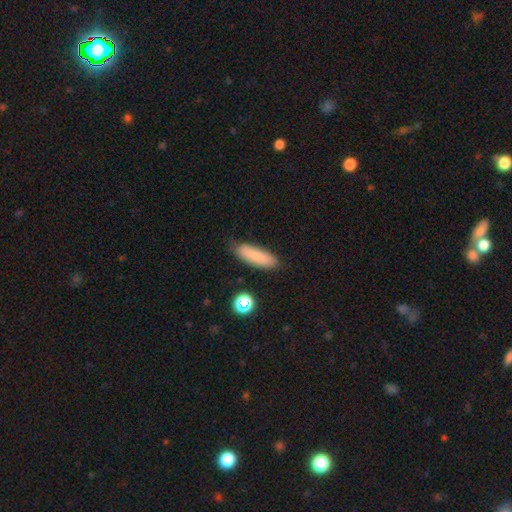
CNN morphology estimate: smooth-or-featured: smooth: 83% | featured or disk: 8% | star or artifact: 8%
  how-rounded: cigar-shaped: 56% | in between: 42% | round: 2%
  merging: none: 78% | minor disturbance: 16% | major disturbance: 3% | merger: 2%